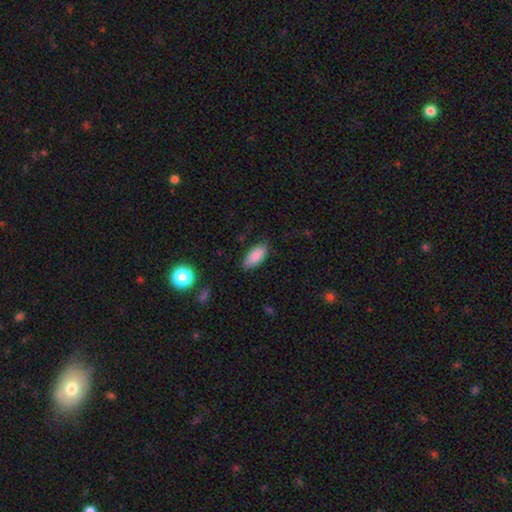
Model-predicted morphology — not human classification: Q: Smooth or featured?
A: smooth (86%); runner-up: star or artifact (7%)
Q: How rounded?
A: in between (88%); runner-up: cigar-shaped (10%)
Q: Merging?
A: none (79%); runner-up: minor disturbance (16%)